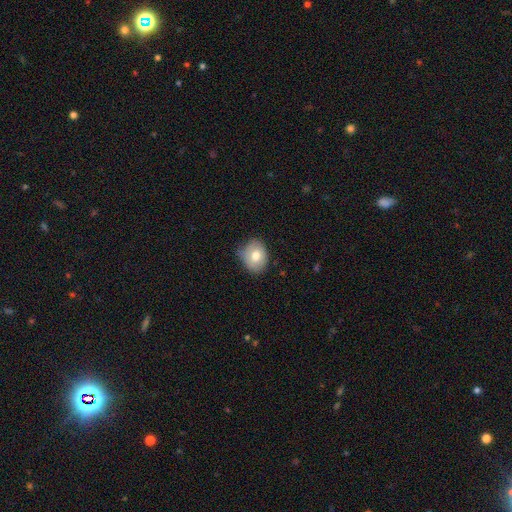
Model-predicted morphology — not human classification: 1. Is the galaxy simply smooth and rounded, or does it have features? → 75% smooth, 17% featured or disk, 9% star or artifact.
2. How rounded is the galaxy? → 53% round, 46% in between, 1% cigar-shaped.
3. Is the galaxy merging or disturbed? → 64% none, 29% minor disturbance, 5% major disturbance, 2% merger.